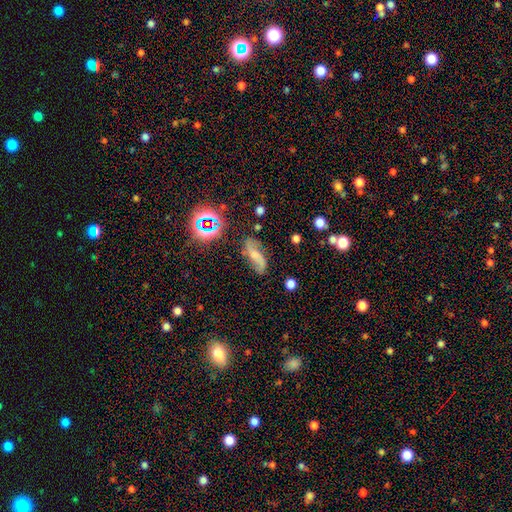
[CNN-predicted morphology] A featured or disk galaxy (59%) with no bar (48%), spiral arms (91%) and a small central bulge (34%).

Vote fractions:
- Smooth or featured? featured or disk: 59% / smooth: 27% / star or artifact: 14%
- Edge-on disk? no: 91% / yes: 9%
- Bar? no: 48% / weak: 36% / strong: 16%
- Spiral arms? yes: 91% / no: 9%
- Bulge size? small: 34% / moderate: 29% / none: 27% / large: 7% / dominant: 2%
- Merging? none: 68% / minor disturbance: 20% / major disturbance: 8% / merger: 4%